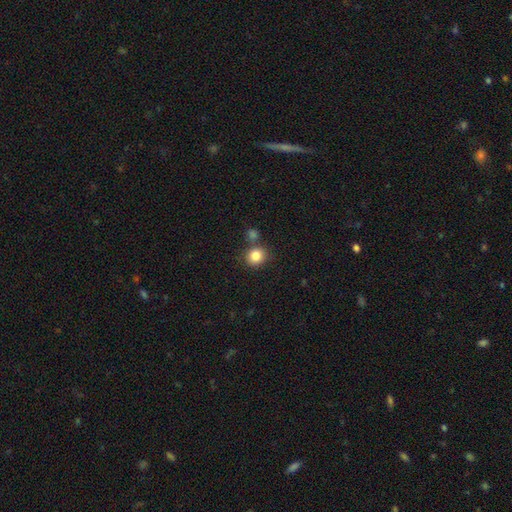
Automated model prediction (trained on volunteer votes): The model was most divided on "merging": none: 71%, merger: 16%, minor disturbance: 11%, major disturbance: 3%. More confident: smooth or featured — smooth (84%); how rounded — round (81%).